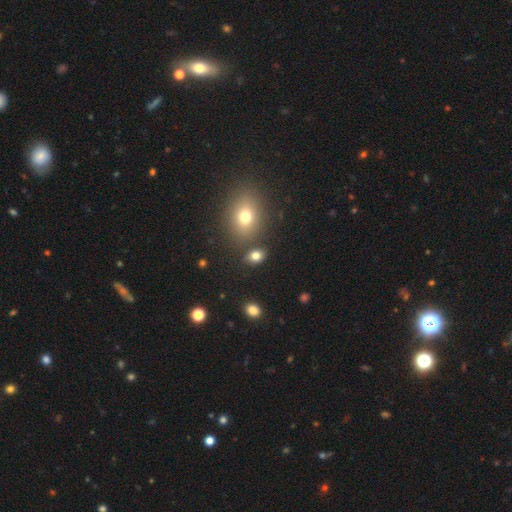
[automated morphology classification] Smooth or featured? smooth (80%)
How rounded? in between (66%)
Merging? none (79%)